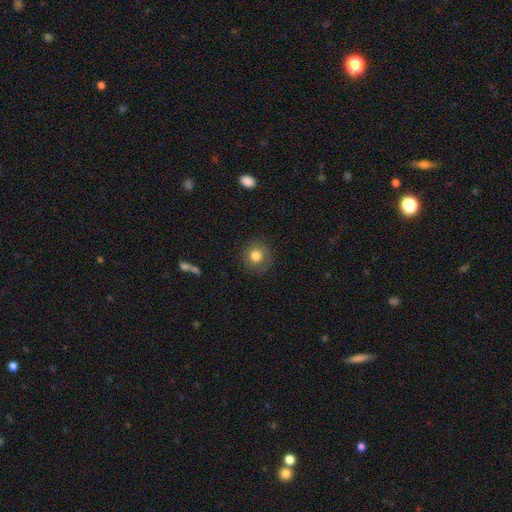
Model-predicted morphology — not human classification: type=smooth (79%); roundness=round (89%); merging=none (83%).